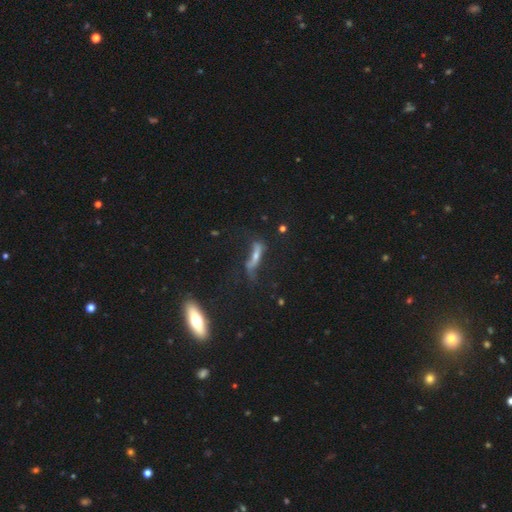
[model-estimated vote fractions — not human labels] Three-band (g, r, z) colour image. It shows a featured or disk galaxy (53%) viewed edge-on (63%). Merging: none (59%).